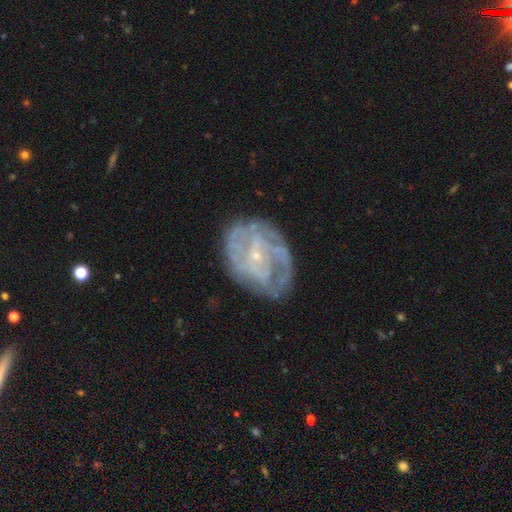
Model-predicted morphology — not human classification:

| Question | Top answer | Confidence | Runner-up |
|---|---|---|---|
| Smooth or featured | featured or disk | 80% | smooth (13%) |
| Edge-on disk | no | 97% | yes (3%) |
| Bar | no | 57% | weak (33%) |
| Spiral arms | yes | 81% | no (19%) |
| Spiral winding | tight | 53% | medium (34%) |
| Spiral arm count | can't tell | 43% | 2 (25%) |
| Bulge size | small | 83% | moderate (12%) |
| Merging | none | 67% | minor disturbance (20%) |